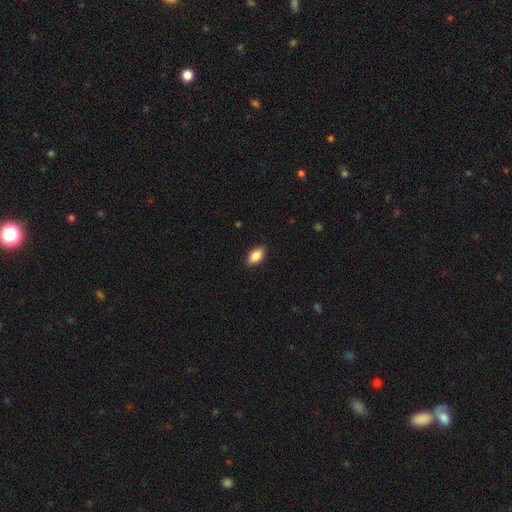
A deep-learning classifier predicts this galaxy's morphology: Q: Smooth or featured?
A: smooth (87%); runner-up: star or artifact (7%)
Q: How rounded?
A: in between (93%); runner-up: round (5%)
Q: Merging?
A: none (89%); runner-up: minor disturbance (8%)